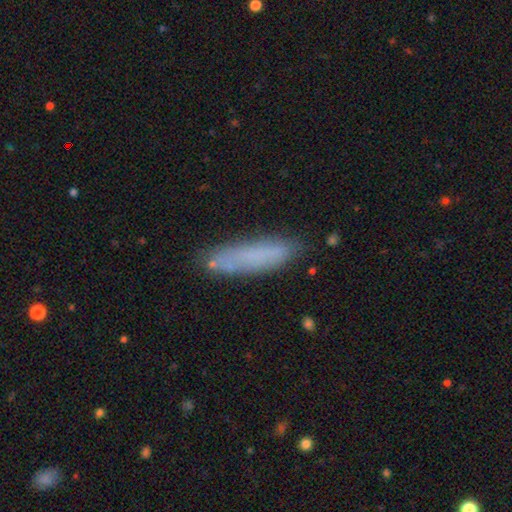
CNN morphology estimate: type=smooth (72%); roundness=cigar-shaped (81%); merging=none (80%).